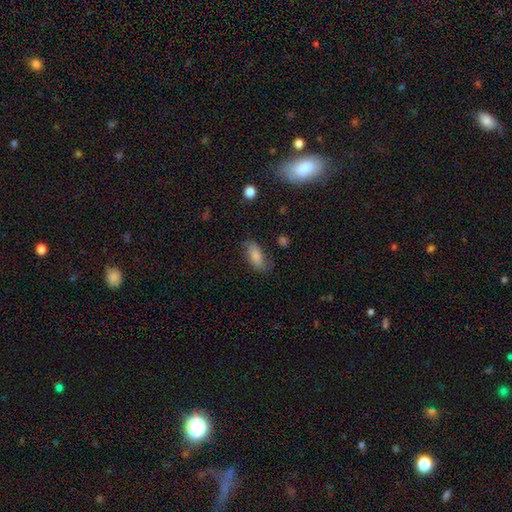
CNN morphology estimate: This appears to be a smooth galaxy with no disk features (74%) that is in between round and cigar-shaped (87%). Merging: none (64%).